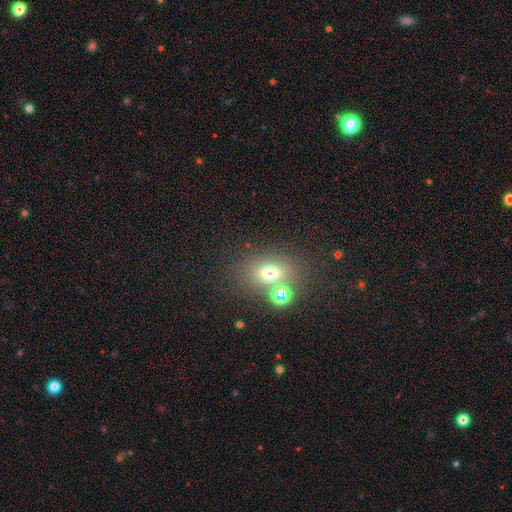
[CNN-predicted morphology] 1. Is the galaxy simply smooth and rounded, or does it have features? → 55% smooth, 31% star or artifact, 14% featured or disk.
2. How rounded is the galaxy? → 57% round, 41% in between, 2% cigar-shaped.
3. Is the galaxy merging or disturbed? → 56% none, 31% merger, 9% minor disturbance, 4% major disturbance.